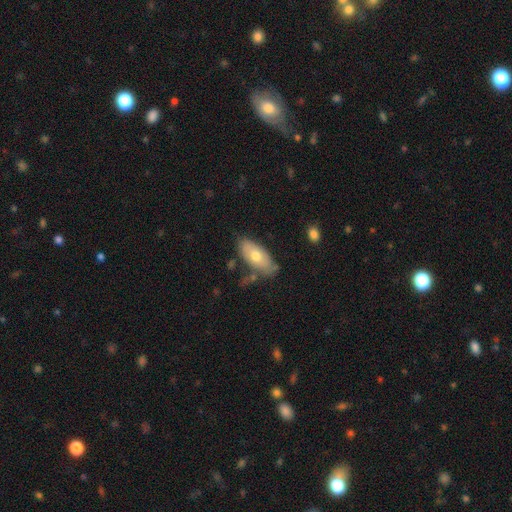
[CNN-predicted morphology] The model was most divided on "smooth or featured": smooth: 63%, featured or disk: 31%, star or artifact: 6%. More confident: how rounded — in between (89%); merging — none (68%).